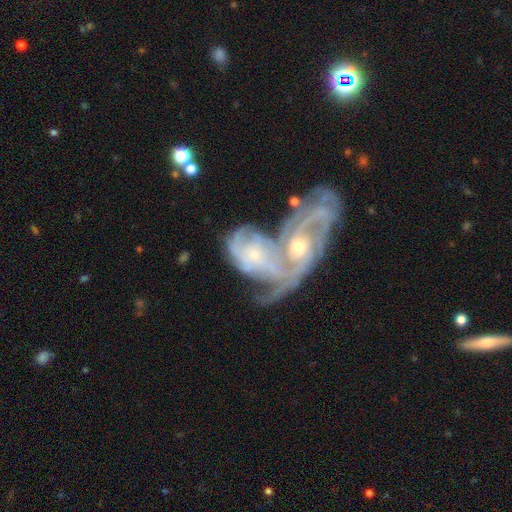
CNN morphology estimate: Smooth or featured? featured or disk (85%)
Edge-on disk? no (96%)
Bar? no (67%)
Spiral arms? yes (94%)
Spiral winding? tight (43%)
Spiral arm count? 2 (32%)
Bulge size? small (58%)
Merging? merger (75%)